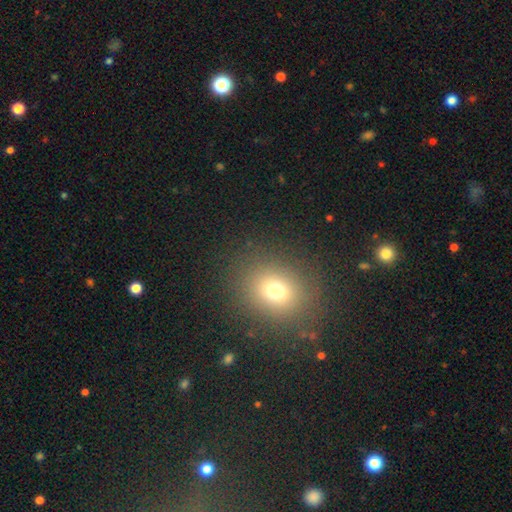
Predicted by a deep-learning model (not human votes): Q: Smooth or featured?
A: smooth (65%); runner-up: star or artifact (26%)
Q: How rounded?
A: round (65%); runner-up: in between (34%)
Q: Merging?
A: none (88%); runner-up: minor disturbance (7%)